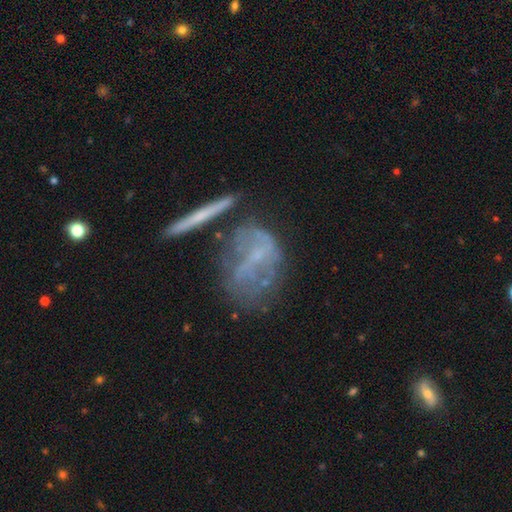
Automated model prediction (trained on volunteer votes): smooth_or_featured: featured or disk (p=0.60) [alt: smooth p=0.28]
disk_edge_on: no (p=0.87) [alt: yes p=0.13]
bar: no (p=0.56) [alt: weak p=0.28]
has_spiral_arms: no (p=0.62) [alt: yes p=0.38]
bulge_size: small (p=0.51) [alt: none p=0.36]
merging: none (p=0.33) [alt: major disturbance p=0.26]